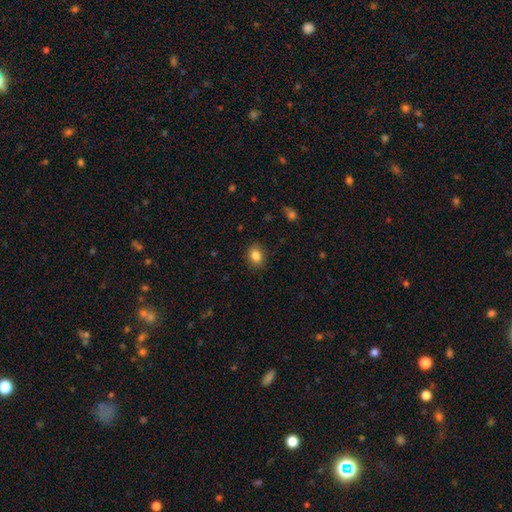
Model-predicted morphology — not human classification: This appears to be a smooth galaxy with no disk features (84%) that is round (51%). Merging: none (87%).